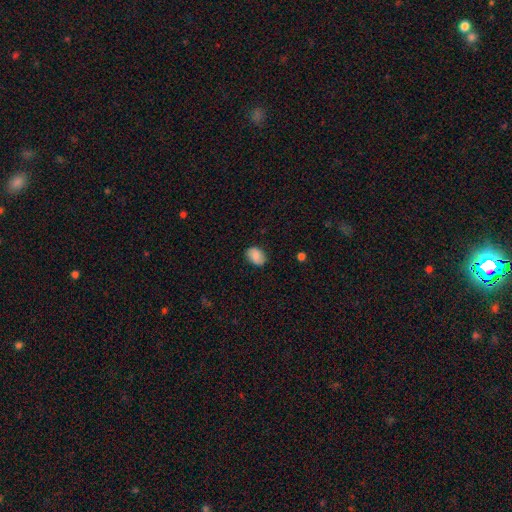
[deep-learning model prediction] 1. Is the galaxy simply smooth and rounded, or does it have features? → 78% smooth, 14% featured or disk, 8% star or artifact.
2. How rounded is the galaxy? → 76% in between, 23% round, 1% cigar-shaped.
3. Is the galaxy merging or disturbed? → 83% none, 13% minor disturbance, 3% major disturbance, 1% merger.